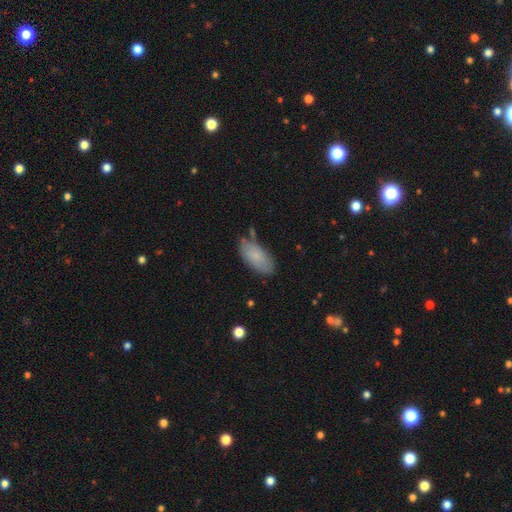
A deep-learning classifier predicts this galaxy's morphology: Smooth or featured?
  - smooth: 78% *
  - featured or disk: 15%
  - star or artifact: 7%
How rounded?
  - in between: 92% *
  - cigar-shaped: 6%
  - round: 2%
Merging?
  - none: 69% *
  - minor disturbance: 22%
  - merger: 5%
  - major disturbance: 4%